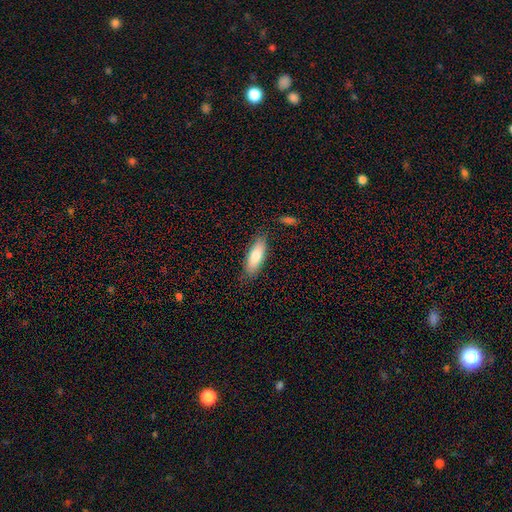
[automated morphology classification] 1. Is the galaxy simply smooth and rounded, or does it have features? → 78% smooth, 16% featured or disk, 6% star or artifact.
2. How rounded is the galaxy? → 66% in between, 32% cigar-shaped, 2% round.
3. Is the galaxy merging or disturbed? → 81% none, 14% minor disturbance, 3% major disturbance, 2% merger.